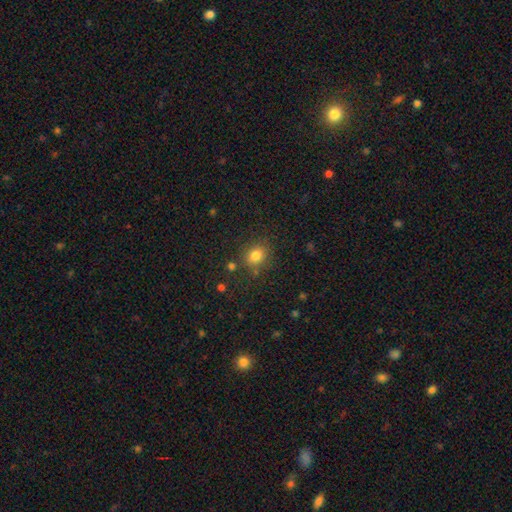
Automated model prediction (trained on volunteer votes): This appears to be a smooth galaxy with no disk features (81%) that is round (59%). Merging: none (79%).